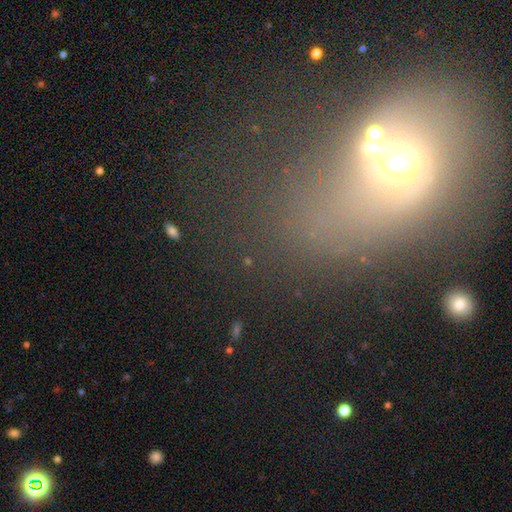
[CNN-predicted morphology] A smooth galaxy with no disk features (38%).

Vote fractions:
- Smooth or featured? smooth: 38% / star or artifact: 34% / featured or disk: 28%
- Merging? none: 43% / merger: 22% / major disturbance: 20% / minor disturbance: 15%